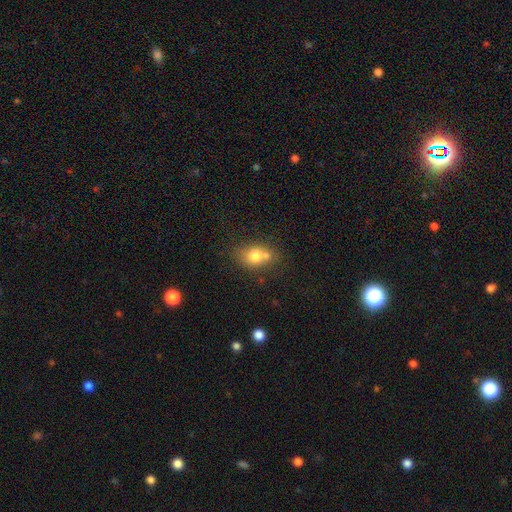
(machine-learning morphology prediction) A smooth galaxy with no disk features (74%) that is in between round and cigar-shaped (53%).

Vote fractions:
- Smooth or featured? smooth: 74% / featured or disk: 16% / star or artifact: 10%
- How rounded? in between: 53% / round: 45% / cigar-shaped: 2%
- Merging? none: 44% / merger: 37% / minor disturbance: 14% / major disturbance: 5%